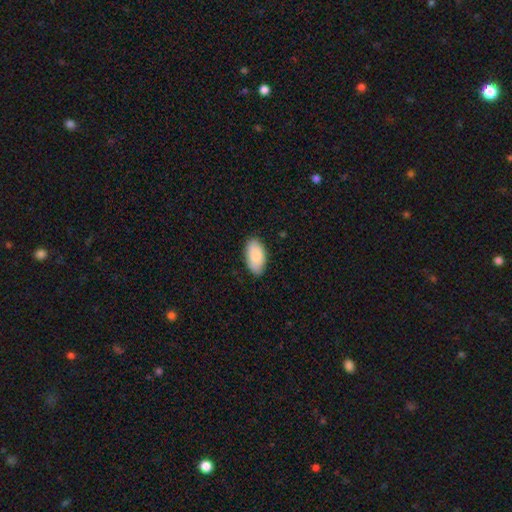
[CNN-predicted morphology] smooth_or_featured: smooth (p=0.84) [alt: featured or disk p=0.10]
how_rounded: in between (p=0.95) [alt: round p=0.03]
merging: none (p=0.84) [alt: minor disturbance p=0.13]